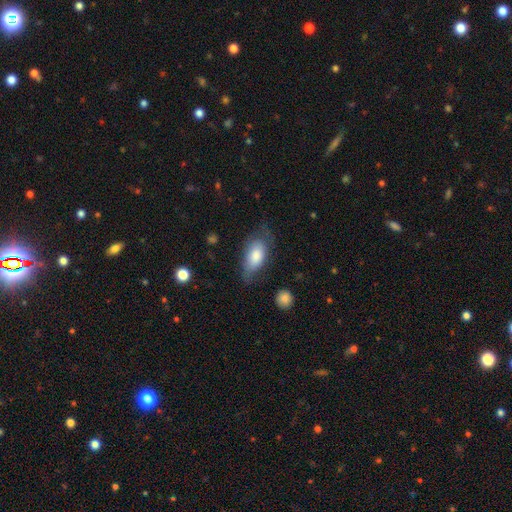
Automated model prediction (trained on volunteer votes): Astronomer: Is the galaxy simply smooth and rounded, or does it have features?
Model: smooth — 74%.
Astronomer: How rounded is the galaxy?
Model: in between — 90%.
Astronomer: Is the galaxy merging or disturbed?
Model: none — 52% (runner-up: minor disturbance, 30%).